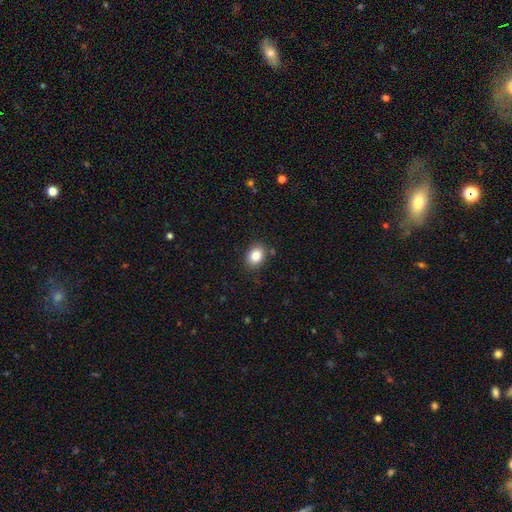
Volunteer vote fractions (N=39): smooth-or-featured: smooth: 82% | featured or disk: 13% | star or artifact: 5%
  how-rounded: in between: 56% | round: 44% | cigar-shaped: 0%
  merging: none: 89% | minor disturbance: 8% | merger: 3% | major disturbance: 0%